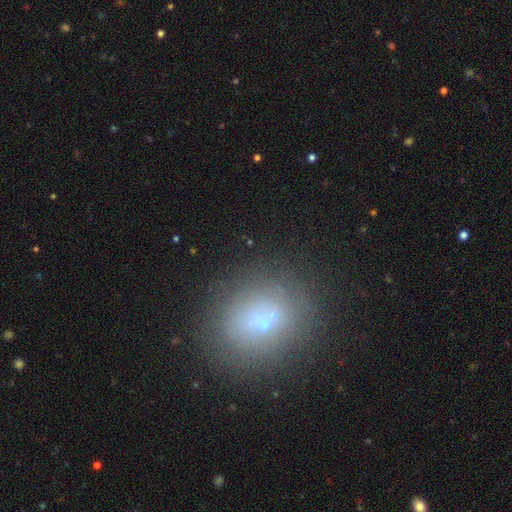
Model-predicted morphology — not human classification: smooth 70%, star or artifact 18%, featured or disk 12%. Down the decision tree: how rounded — in between (50%); merging — none (87%).